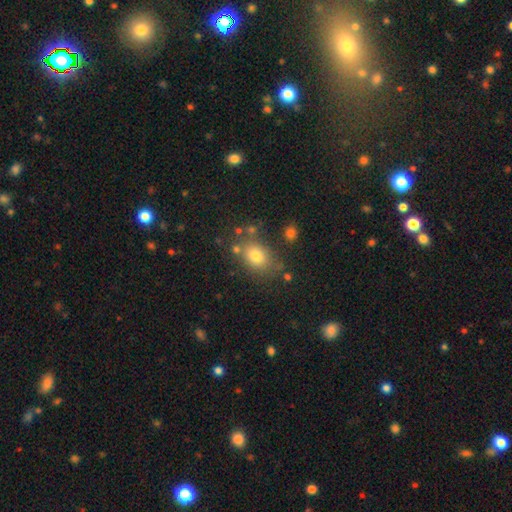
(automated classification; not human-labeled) Smooth or featured? smooth (76%)
How rounded? in between (61%)
Merging? none (72%)